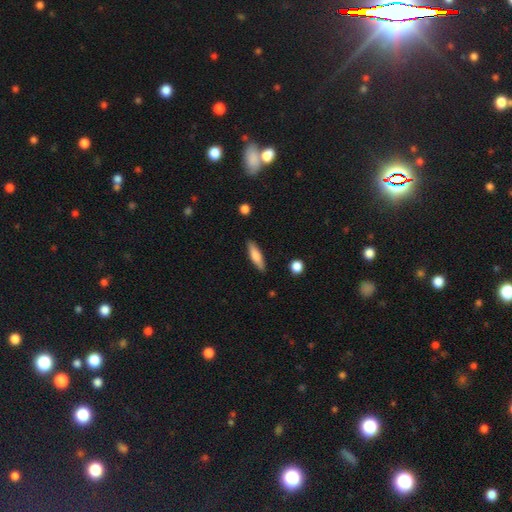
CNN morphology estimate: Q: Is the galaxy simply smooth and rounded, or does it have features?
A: smooth — 73%.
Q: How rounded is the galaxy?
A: cigar-shaped — 64%.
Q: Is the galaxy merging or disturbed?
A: none — 86%.